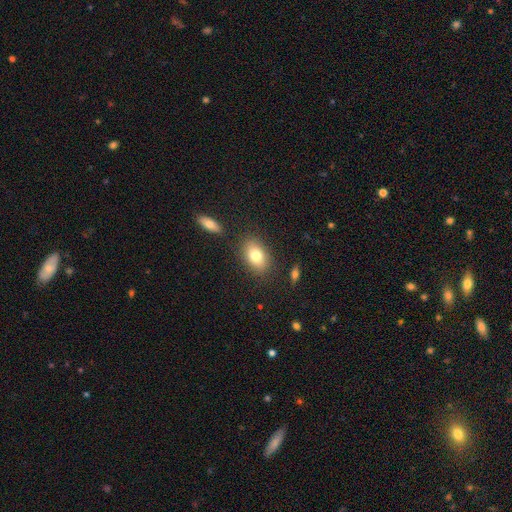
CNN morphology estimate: A smooth galaxy with no disk features (78%) that is in between round and cigar-shaped (84%).

Vote fractions:
- Smooth or featured? smooth: 78% / featured or disk: 13% / star or artifact: 8%
- How rounded? in between: 84% / round: 14% / cigar-shaped: 2%
- Merging? none: 83% / minor disturbance: 10% / merger: 4% / major disturbance: 3%